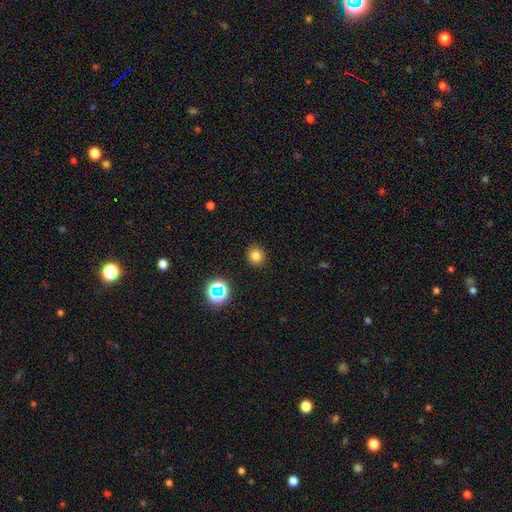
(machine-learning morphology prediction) Q: Smooth or featured?
A: smooth (76%); runner-up: star or artifact (17%)
Q: How rounded?
A: round (81%); runner-up: in between (18%)
Q: Merging?
A: none (90%); runner-up: minor disturbance (7%)